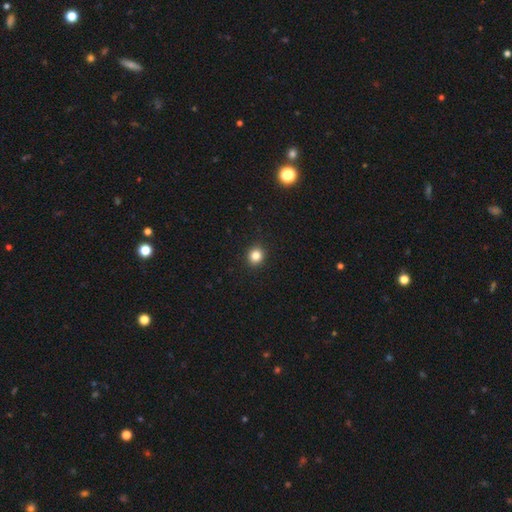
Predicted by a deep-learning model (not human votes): Morphology: type=smooth (84%); roundness=round (86%); merging=none (92%).